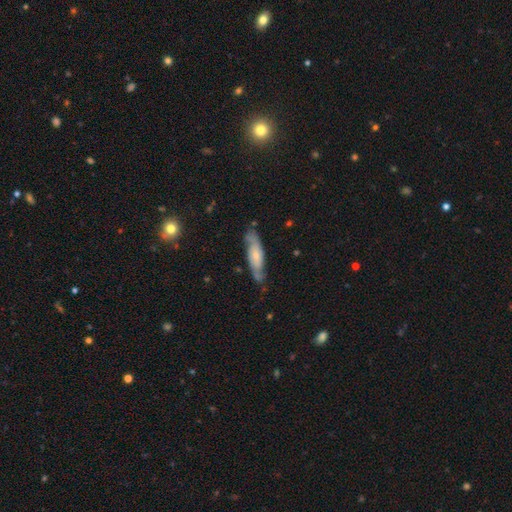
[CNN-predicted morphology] The model was most divided on "smooth or featured": featured or disk: 62%, smooth: 32%, star or artifact: 6%. More confident: edge-on disk — no (74%); merging — none (71%).